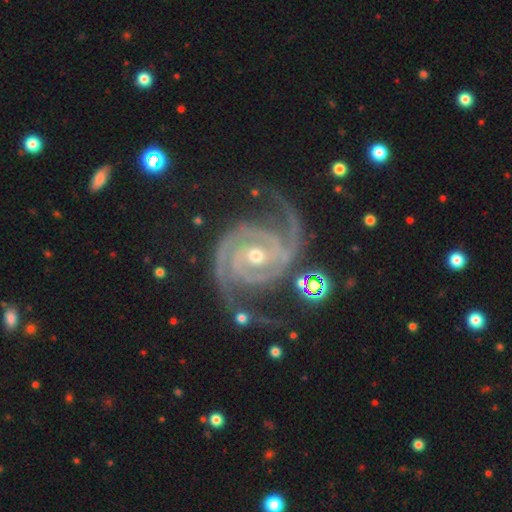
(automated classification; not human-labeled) This is clearly a featured or disk galaxy (94%). It is clearly not viewed edge-on (98%). Bar: possibly no (47%). Spiral arm pattern: clearly yes (99%). Spiral arm count: likely 2 (63%). Spiral winding: likely tight (64%). Central bulge: possibly moderate (49%). Merging: likely none (68%).